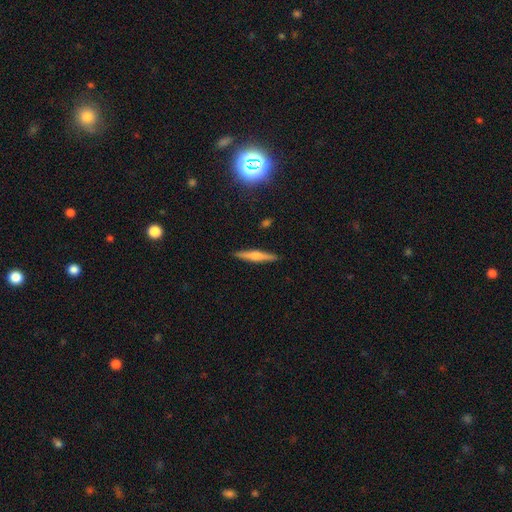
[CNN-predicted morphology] Smooth or featured? Predicted: smooth (p=0.48). Merging? Predicted: none (p=0.90).